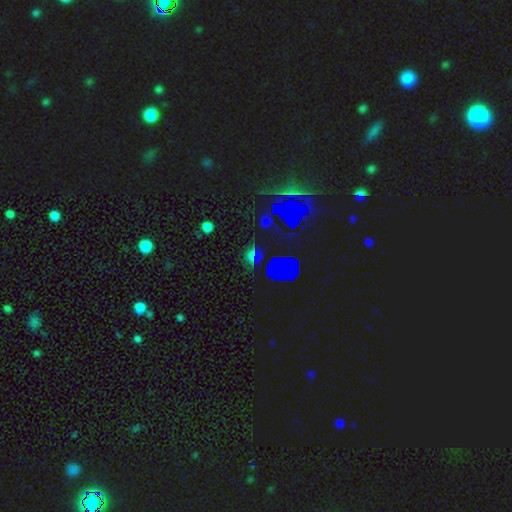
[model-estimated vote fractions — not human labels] star or artifact 51%, smooth 33%, featured or disk 16%.